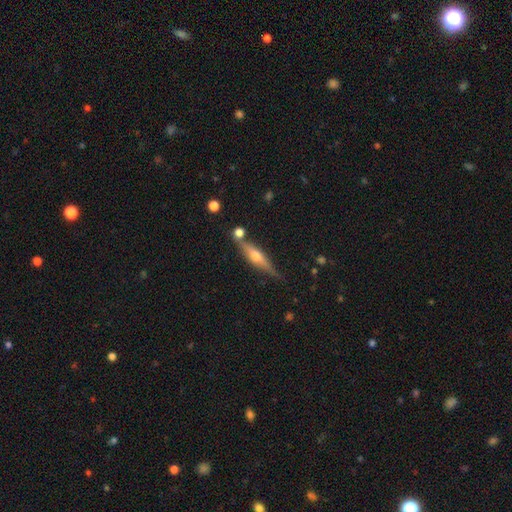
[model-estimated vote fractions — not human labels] This is likely a featured or disk galaxy (68%). It is clearly viewed edge-on (96%). Edge-on bulge: clearly rounded (87%). Merging: likely none (76%).